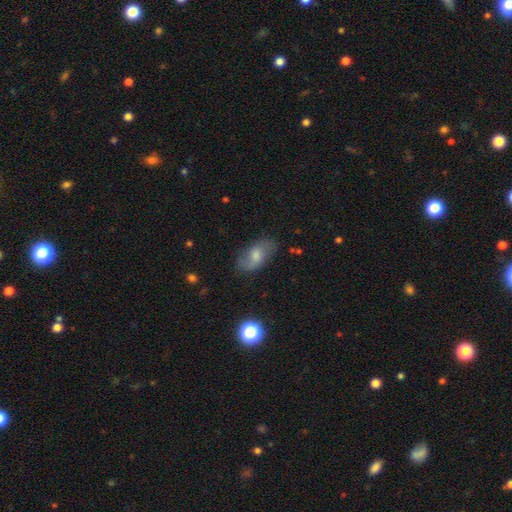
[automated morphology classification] The model was most divided on "smooth or featured": smooth: 48%, featured or disk: 42%, star or artifact: 10%. More confident: merging — none (71%).